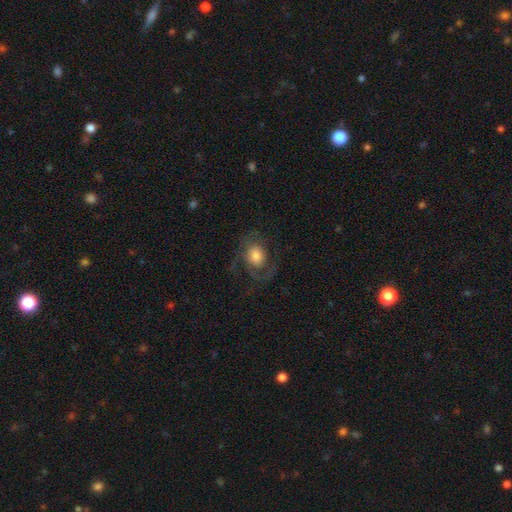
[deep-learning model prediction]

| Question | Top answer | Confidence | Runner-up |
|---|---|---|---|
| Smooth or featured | featured or disk | 56% | smooth (36%) |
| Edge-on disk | no | 97% | yes (3%) |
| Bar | no | 77% | weak (20%) |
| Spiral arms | yes | 81% | no (19%) |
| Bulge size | moderate | 39% | large (37%) |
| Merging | none | 60% | major disturbance (21%) |